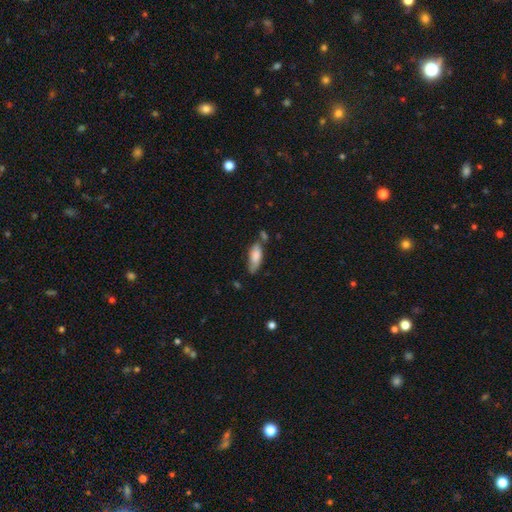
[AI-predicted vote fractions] smooth-or-featured: smooth: 76% | featured or disk: 18% | star or artifact: 7%
  how-rounded: in between: 73% | cigar-shaped: 25% | round: 2%
  merging: none: 47% | minor disturbance: 30% | merger: 13% | major disturbance: 9%